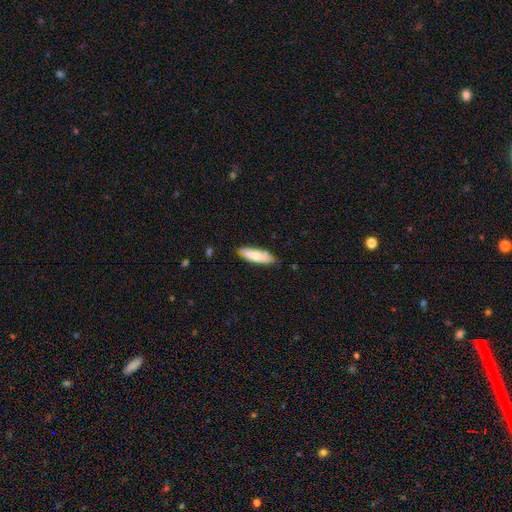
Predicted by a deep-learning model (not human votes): Overall: smooth (73%). How rounded: in between (50%; cigar-shaped 48%). Merging: none (76%).